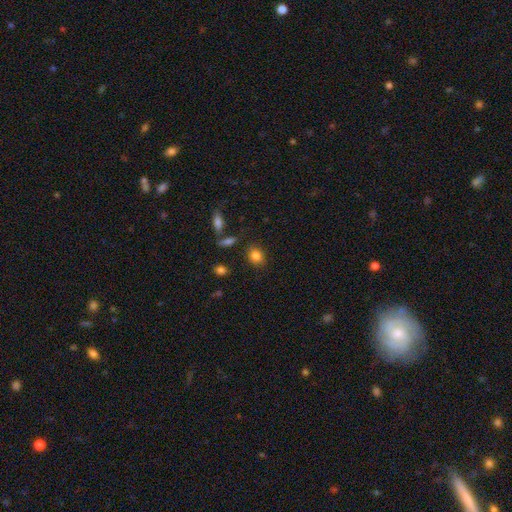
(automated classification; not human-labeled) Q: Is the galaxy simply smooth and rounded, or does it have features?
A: smooth — 83%.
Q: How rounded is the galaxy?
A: in between — 54%.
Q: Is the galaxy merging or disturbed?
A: none — 83%.